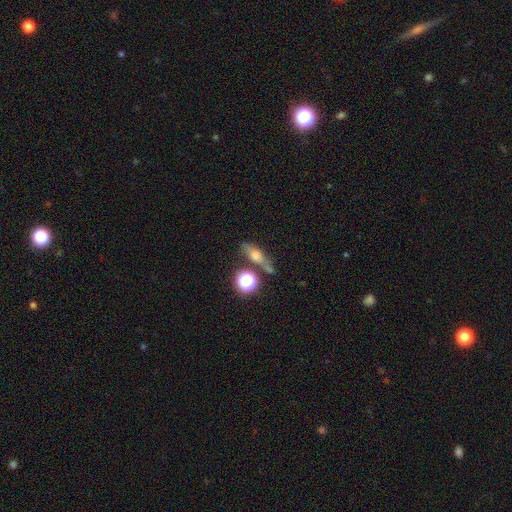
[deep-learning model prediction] A smooth galaxy with no disk features (46%).

Vote fractions:
- Smooth or featured? smooth: 46% / featured or disk: 36% / star or artifact: 18%
- Merging? none: 63% / minor disturbance: 16% / merger: 13% / major disturbance: 7%